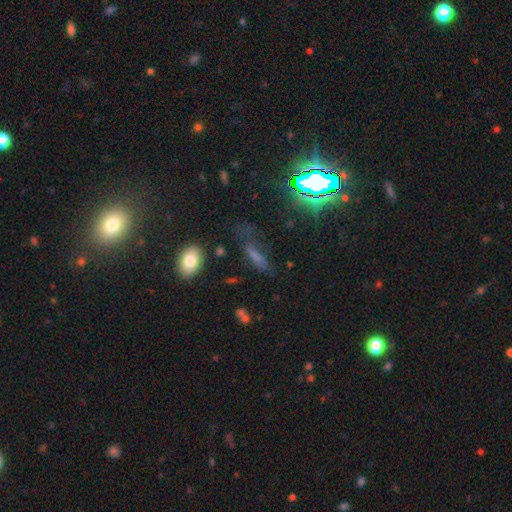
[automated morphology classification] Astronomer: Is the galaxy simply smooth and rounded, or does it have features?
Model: smooth — 53%.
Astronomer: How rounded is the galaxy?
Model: cigar-shaped — 51% (runner-up: in between, 43%).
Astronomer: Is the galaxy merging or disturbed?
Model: none — 58%.